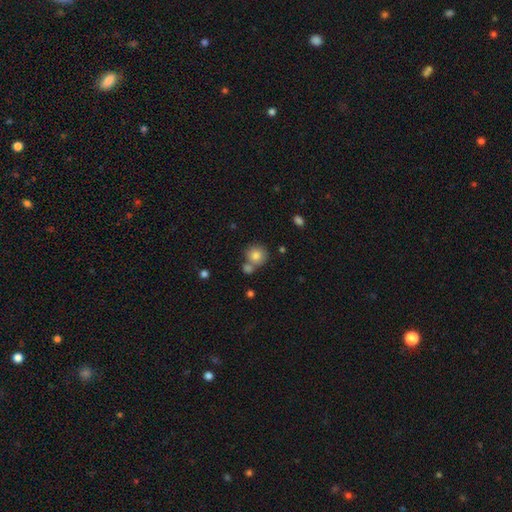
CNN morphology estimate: smooth 82%, star or artifact 10%, featured or disk 8%. Down the decision tree: how rounded — round (89%); merging — none (60%).